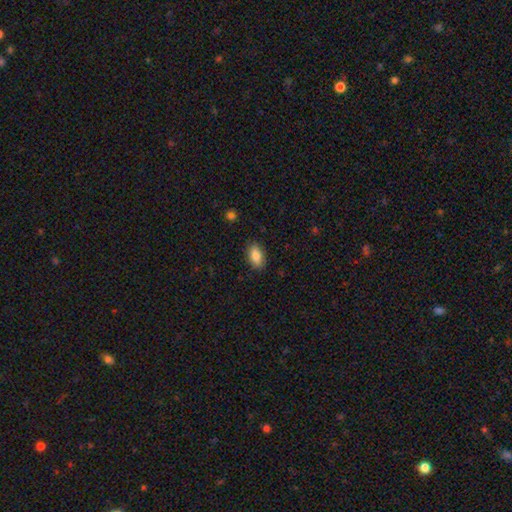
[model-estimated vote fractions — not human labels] smooth 86%, star or artifact 7%, featured or disk 7%. Down the decision tree: how rounded — in between (91%); merging — none (87%).